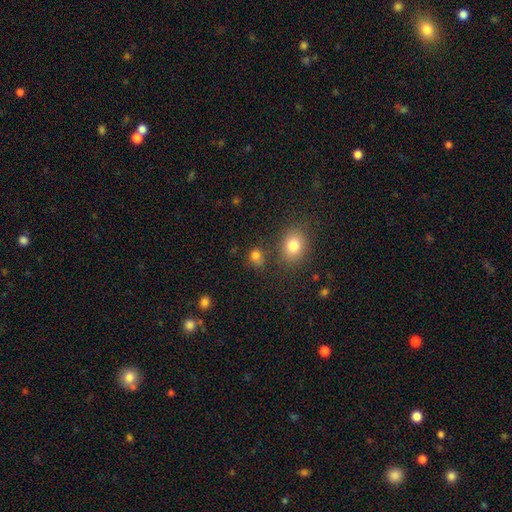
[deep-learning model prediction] This appears to be a smooth galaxy with no disk features (80%) that is round (58%). Merging: none (69%).